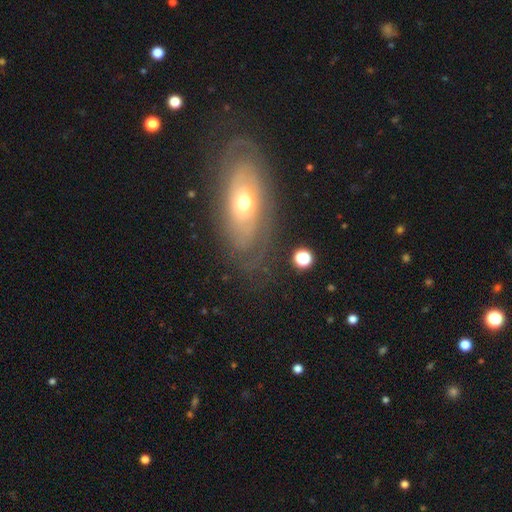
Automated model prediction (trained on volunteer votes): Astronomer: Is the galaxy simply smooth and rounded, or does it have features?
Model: featured or disk — 68%.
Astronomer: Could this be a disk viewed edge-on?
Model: no — 85%.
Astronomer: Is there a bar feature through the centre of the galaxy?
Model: no — 80%.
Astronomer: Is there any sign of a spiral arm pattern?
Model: yes — 65%.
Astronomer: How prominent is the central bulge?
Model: moderate — 59%.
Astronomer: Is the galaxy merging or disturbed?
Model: none — 78%.